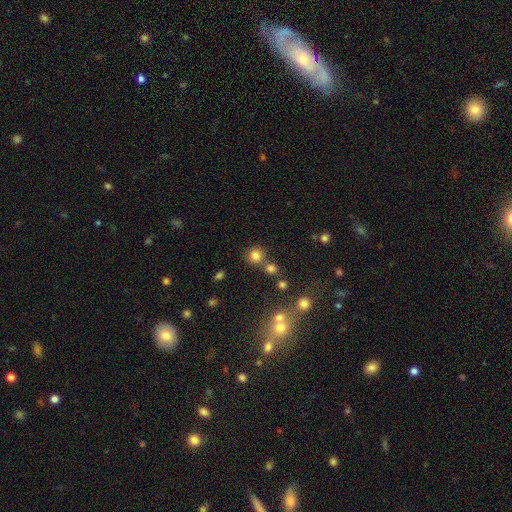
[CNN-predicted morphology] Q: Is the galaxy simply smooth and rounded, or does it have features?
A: smooth — 78%.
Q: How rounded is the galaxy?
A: round — 89%.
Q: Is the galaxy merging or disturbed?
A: none — 70%.